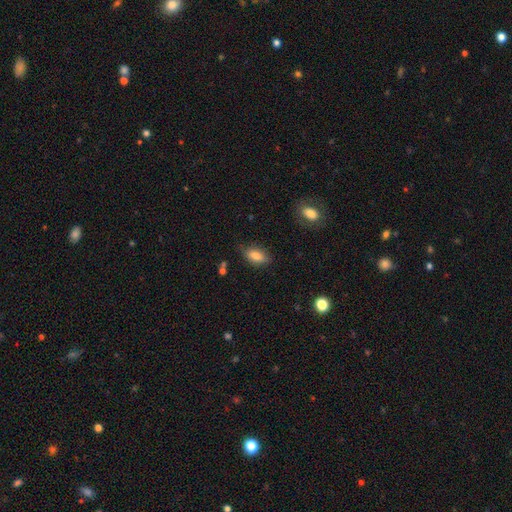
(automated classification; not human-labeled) smooth 81%, featured or disk 11%, star or artifact 8%. Down the decision tree: how rounded — in between (87%); merging — none (78%).